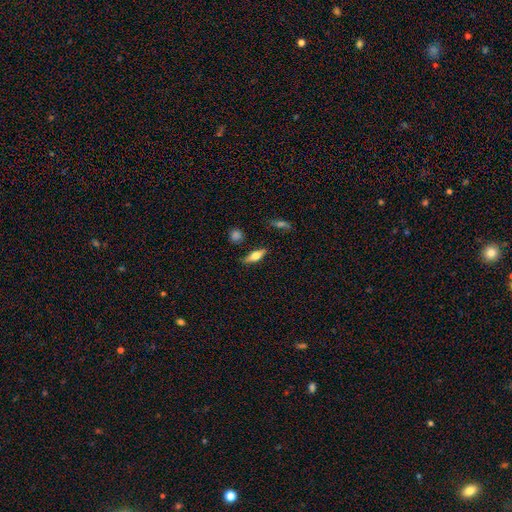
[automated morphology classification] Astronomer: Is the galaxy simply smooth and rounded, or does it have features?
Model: smooth — 55% (runner-up: featured or disk, 38%).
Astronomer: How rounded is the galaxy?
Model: in between — 53% (runner-up: cigar-shaped, 44%).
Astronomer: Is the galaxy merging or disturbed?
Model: none — 80%.